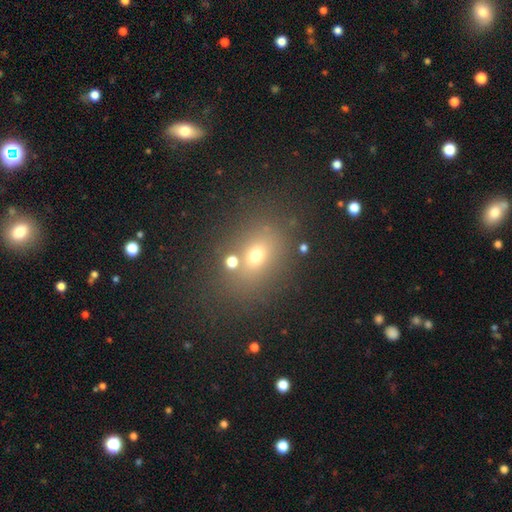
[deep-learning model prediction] Q: Smooth or featured?
A: smooth (62%); runner-up: star or artifact (24%)
Q: How rounded?
A: in between (60%); runner-up: round (38%)
Q: Merging?
A: none (72%); runner-up: merger (13%)